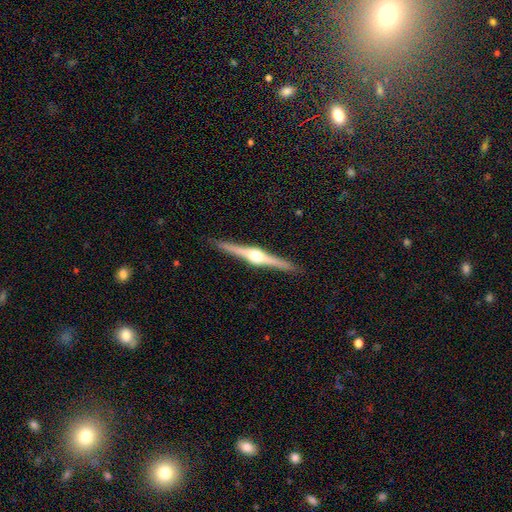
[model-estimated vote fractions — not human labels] Smooth or featured?
  - featured or disk: 86% *
  - smooth: 9%
  - star or artifact: 5%
Edge-on disk?
  - yes: 99% *
  - no: 1%
Edge-on bulge?
  - rounded: 93% *
  - boxy: 5%
  - none: 2%
Merging?
  - none: 92% *
  - minor disturbance: 6%
  - major disturbance: 1%
  - merger: 1%